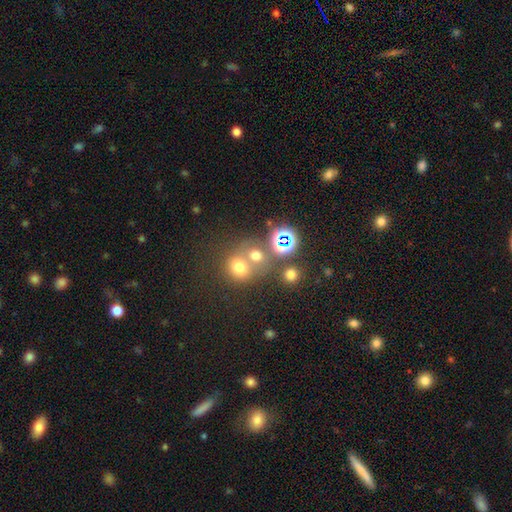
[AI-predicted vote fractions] Smooth or featured? Predicted: smooth (p=0.61). How rounded? Predicted: round (p=0.75). Merging? Predicted: none (p=0.47).